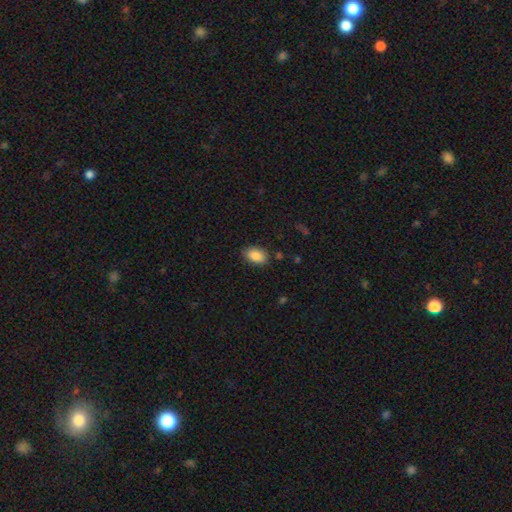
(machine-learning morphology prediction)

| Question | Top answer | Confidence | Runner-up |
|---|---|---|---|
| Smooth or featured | smooth | 88% | star or artifact (7%) |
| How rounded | in between | 88% | round (11%) |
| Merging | none | 83% | minor disturbance (12%) |